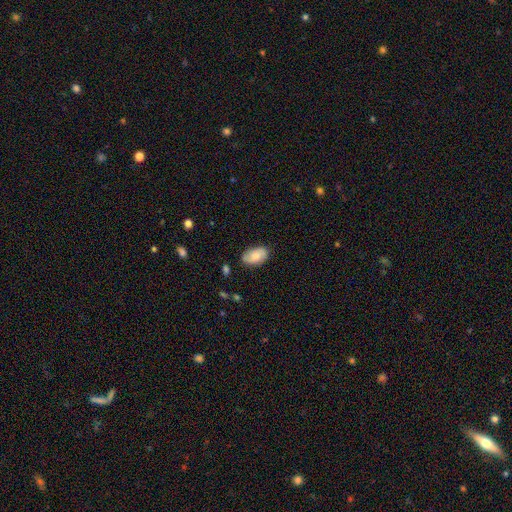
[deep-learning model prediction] Smooth or featured? smooth (64%)
How rounded? in between (93%)
Merging? none (80%)